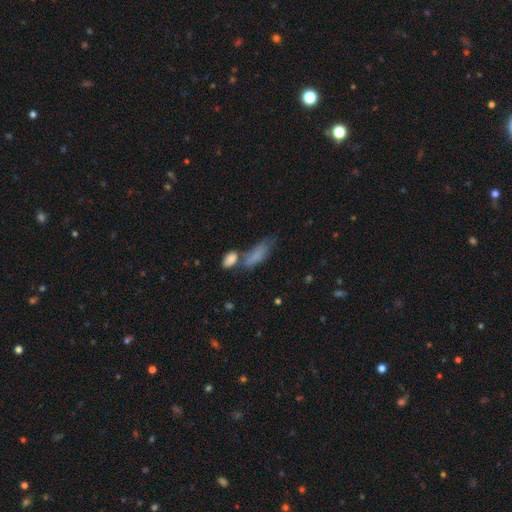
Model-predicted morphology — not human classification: This is likely a smooth galaxy (72%). How rounded: likely in between (67%). Merging: marginally merger (37%).